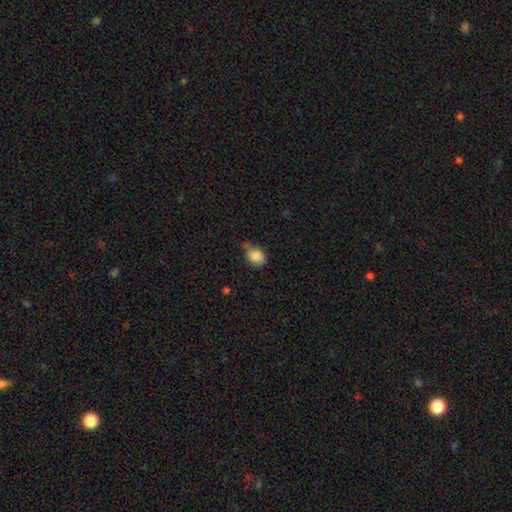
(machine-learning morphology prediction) Q: Smooth or featured?
A: smooth (86%); runner-up: star or artifact (8%)
Q: How rounded?
A: in between (61%); runner-up: round (37%)
Q: Merging?
A: none (55%); runner-up: minor disturbance (29%)